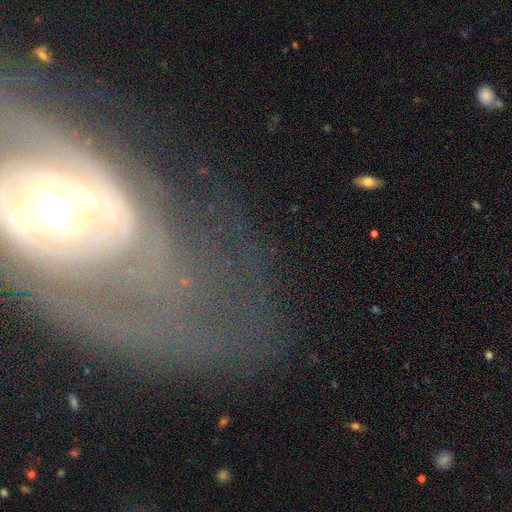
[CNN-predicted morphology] featured or disk 52%, star or artifact 29%, smooth 19%. Down the decision tree: edge-on disk — no (84%); merging — none (60%).